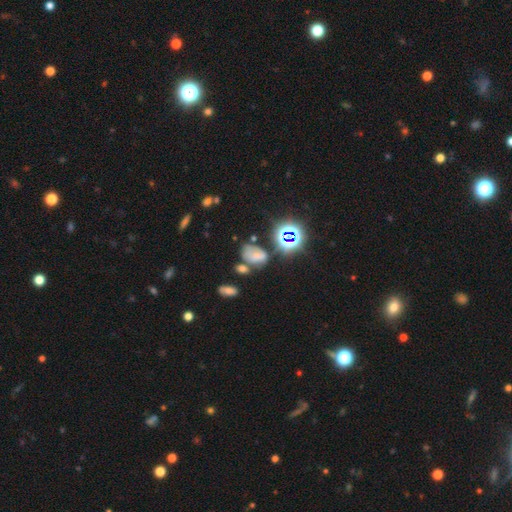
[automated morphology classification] Overall: smooth (53%; star or artifact 29%). How rounded: in between (80%). Merging: none (42%; minor disturbance 24%).